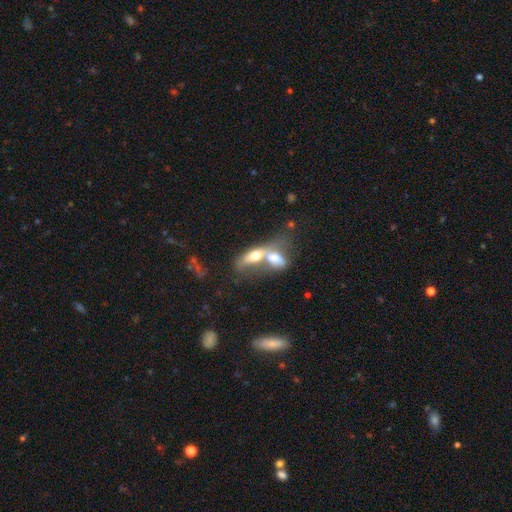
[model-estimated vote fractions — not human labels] smooth-or-featured: smooth: 57% | featured or disk: 35% | star or artifact: 8%
  how-rounded: in between: 68% | cigar-shaped: 26% | round: 6%
  merging: merger: 76% | none: 13% | major disturbance: 6% | minor disturbance: 5%